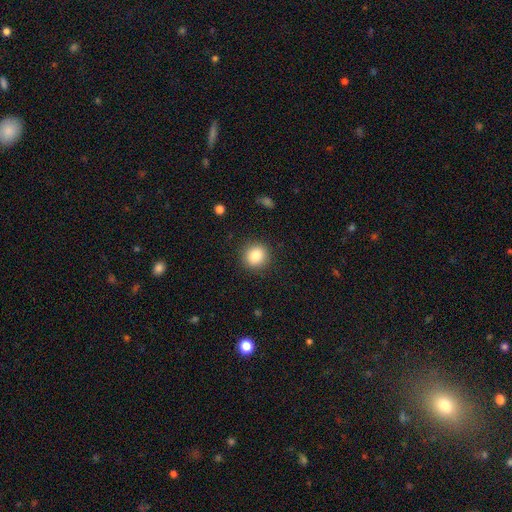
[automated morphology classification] This appears to be a smooth galaxy with no disk features (84%) that is round (90%). Merging: none (90%).